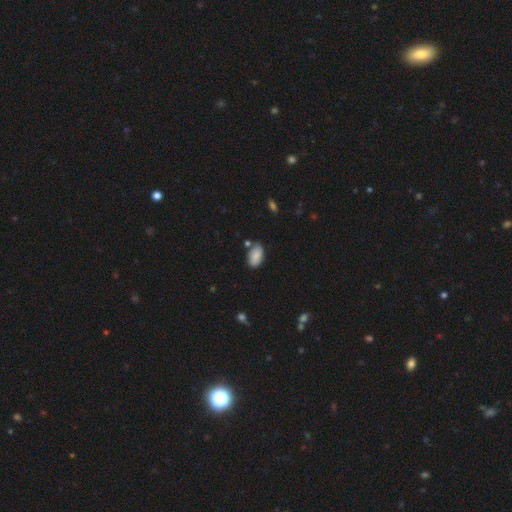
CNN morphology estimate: smooth_or_featured: smooth (p=0.82) [alt: featured or disk p=0.10]
how_rounded: in between (p=0.94) [alt: round p=0.05]
merging: none (p=0.70) [alt: minor disturbance p=0.19]